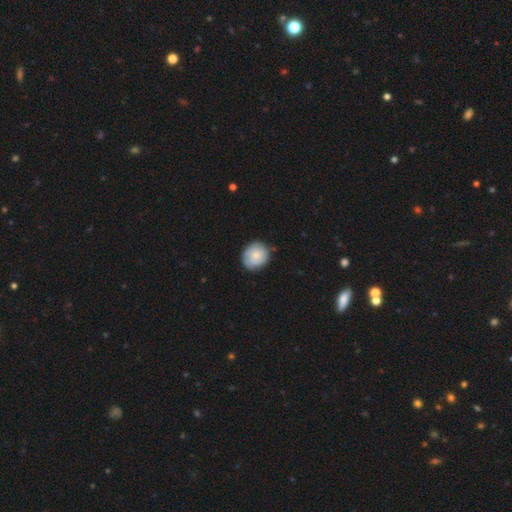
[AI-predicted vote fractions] A smooth galaxy with no disk features (68%) that is round (76%).

Vote fractions:
- Smooth or featured? smooth: 68% / featured or disk: 25% / star or artifact: 6%
- How rounded? round: 76% / in between: 23% / cigar-shaped: 1%
- Merging? none: 77% / minor disturbance: 18% / major disturbance: 4% / merger: 1%